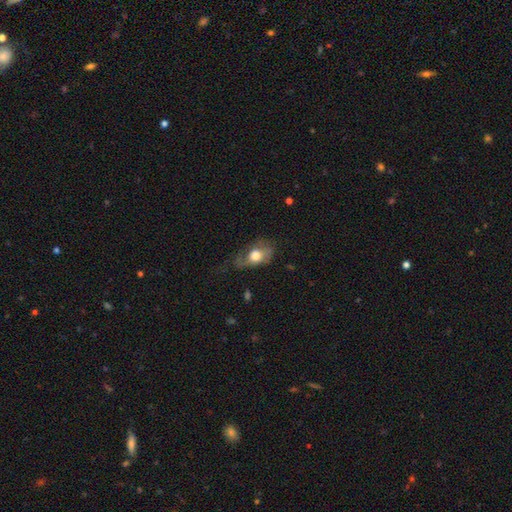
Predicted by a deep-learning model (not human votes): Smooth or featured? Predicted: smooth (p=0.60). How rounded? Predicted: in between (p=0.78). Merging? Predicted: none (p=0.37).